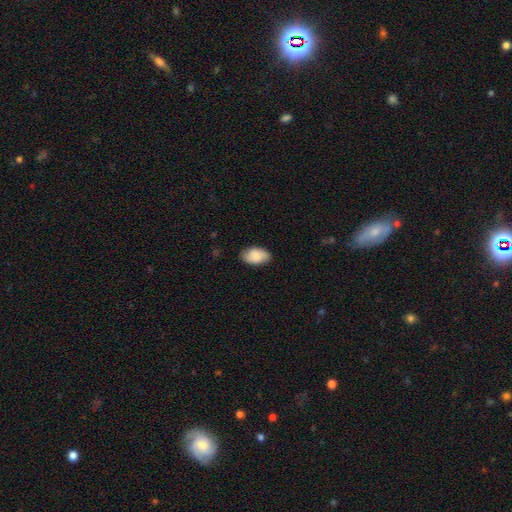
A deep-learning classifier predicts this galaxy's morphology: smooth 84%, featured or disk 9%, star or artifact 7%. Down the decision tree: how rounded — in between (93%); merging — none (79%).